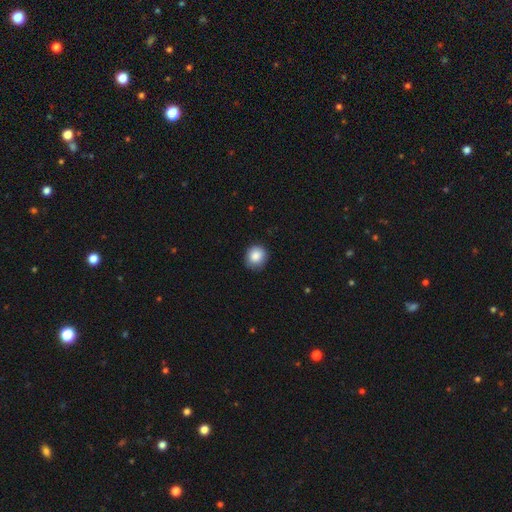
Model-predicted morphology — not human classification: A smooth galaxy with no disk features (87%) that is round (85%).

Vote fractions:
- Smooth or featured? smooth: 87% / star or artifact: 8% / featured or disk: 5%
- How rounded? round: 85% / in between: 15% / cigar-shaped: 1%
- Merging? none: 82% / minor disturbance: 14% / major disturbance: 2% / merger: 1%